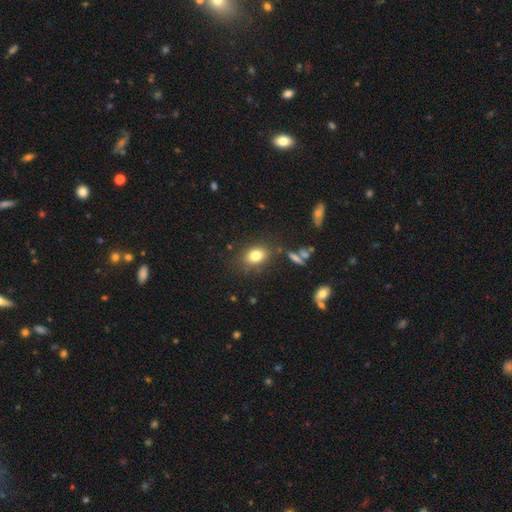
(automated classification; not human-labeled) smooth_or_featured: smooth (p=0.79) [alt: star or artifact p=0.12]
how_rounded: in between (p=0.68) [alt: round p=0.30]
merging: none (p=0.79) [alt: minor disturbance p=0.13]